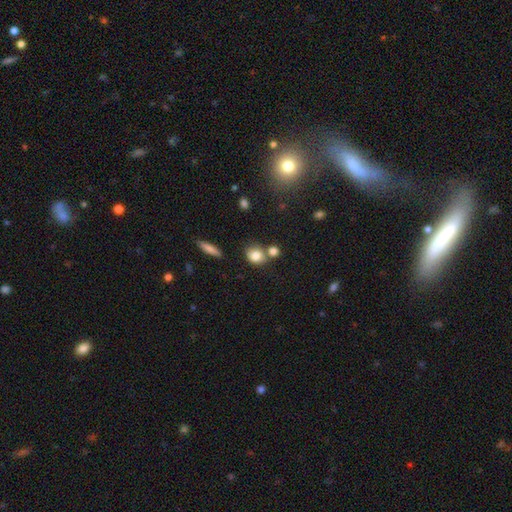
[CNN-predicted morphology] A smooth galaxy with no disk features (82%) that is round (58%). Merging: none (55%).